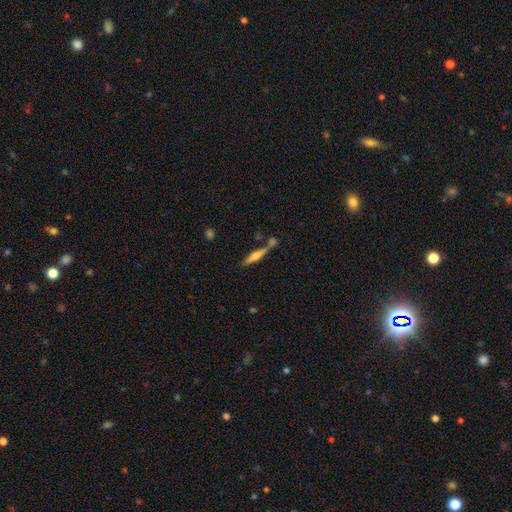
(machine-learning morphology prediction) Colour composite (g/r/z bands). It shows a featured or disk galaxy (57%) viewed edge-on (96%) with a rounded central bulge (80%). Merging: none (64%).